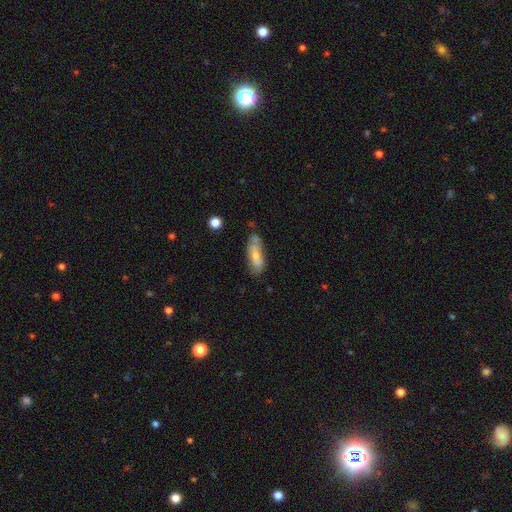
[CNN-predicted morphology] This is possibly a smooth galaxy (57%). How rounded: possibly in between (58%). Merging: likely none (65%).